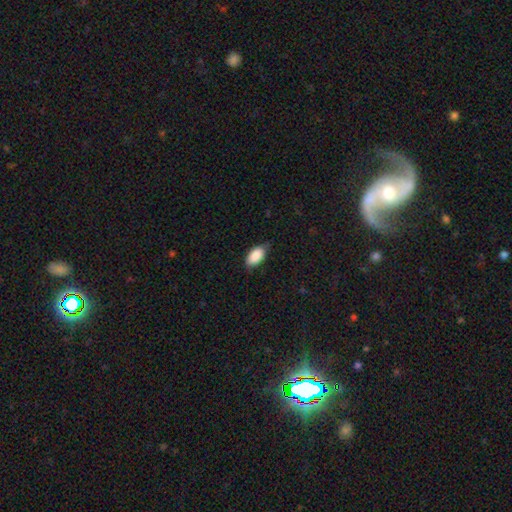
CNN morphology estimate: Q: Smooth or featured?
A: smooth (88%); runner-up: star or artifact (6%)
Q: How rounded?
A: in between (93%); runner-up: round (3%)
Q: Merging?
A: none (71%); runner-up: minor disturbance (24%)